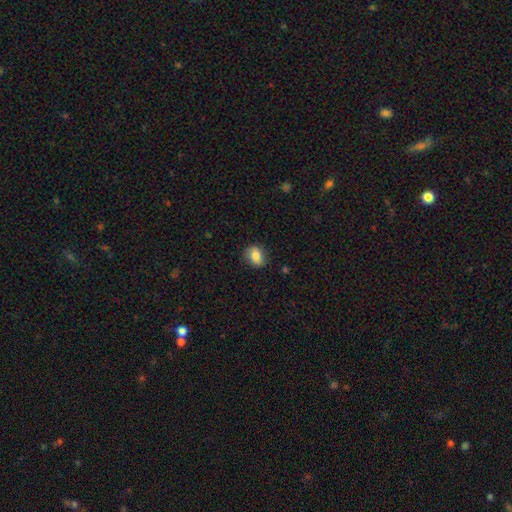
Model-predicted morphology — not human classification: The model was most divided on "how rounded": in between: 60%, round: 38%, cigar-shaped: 2%. More confident: merging — none (82%); smooth or featured — smooth (80%).